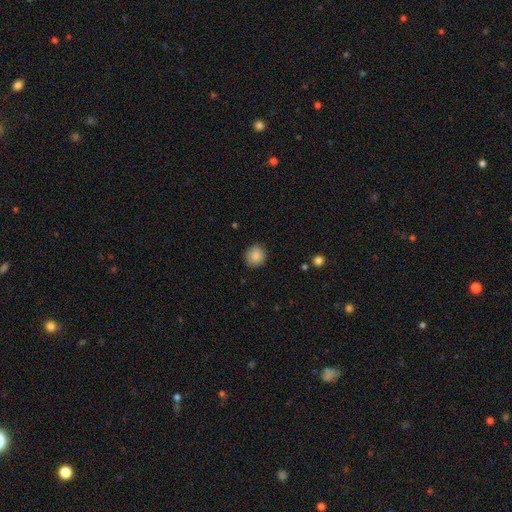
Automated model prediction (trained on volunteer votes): Smooth or featured: smooth — 88% (star or artifact — 8%)
How rounded: round — 84% (in between — 15%)
Merging: none — 87% (minor disturbance — 9%)